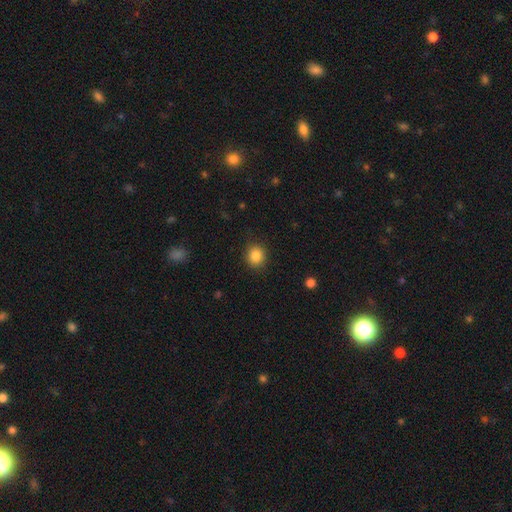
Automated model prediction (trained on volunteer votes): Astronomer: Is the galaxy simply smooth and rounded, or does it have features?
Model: smooth — 86%.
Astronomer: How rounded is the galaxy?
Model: round — 82%.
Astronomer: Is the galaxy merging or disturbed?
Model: none — 89%.